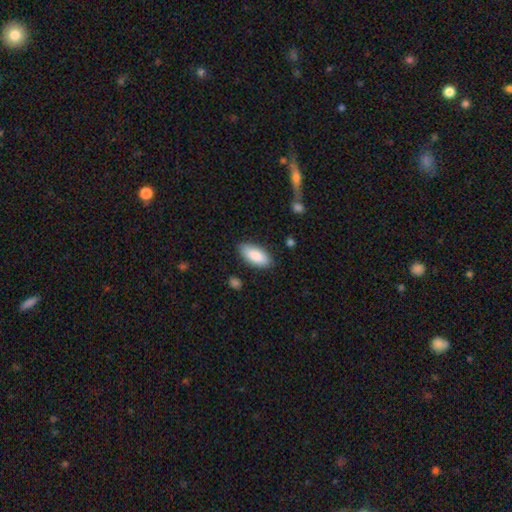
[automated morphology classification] This appears to be a smooth galaxy with no disk features (87%) that is in between round and cigar-shaped (90%). Merging: none (84%).